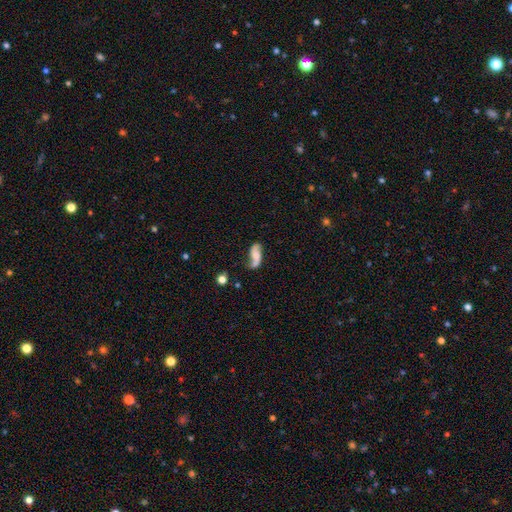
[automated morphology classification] smooth-or-featured: featured or disk: 55% | smooth: 36% | star or artifact: 10%
  disk-edge-on: no: 92% | yes: 8%
    bar: no: 61% | weak: 26% | strong: 12%
    has-spiral-arms: yes: 87% | no: 13%
    bulge-size: none: 56% | small: 20% | moderate: 12% | large: 8% | dominant: 4%
  merging: none: 50% | minor disturbance: 25% | major disturbance: 16% | merger: 9%